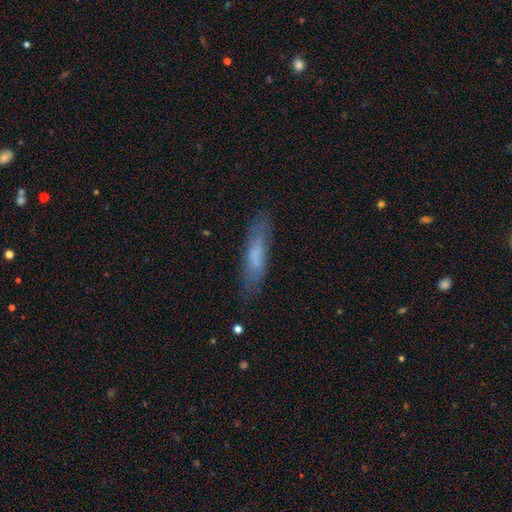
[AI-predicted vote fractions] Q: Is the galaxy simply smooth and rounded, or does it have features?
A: smooth — 65%.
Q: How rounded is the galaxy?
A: cigar-shaped — 75%.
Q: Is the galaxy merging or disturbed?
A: none — 76%.